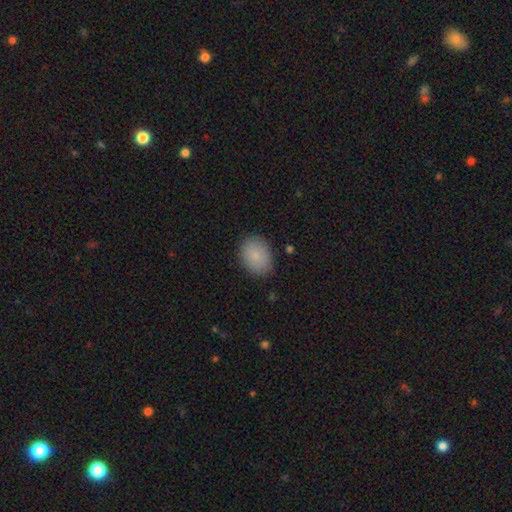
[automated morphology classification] smooth-or-featured: smooth: 86% | star or artifact: 7% | featured or disk: 6%
  how-rounded: in between: 68% | round: 31% | cigar-shaped: 1%
  merging: none: 86% | minor disturbance: 10% | major disturbance: 3% | merger: 1%